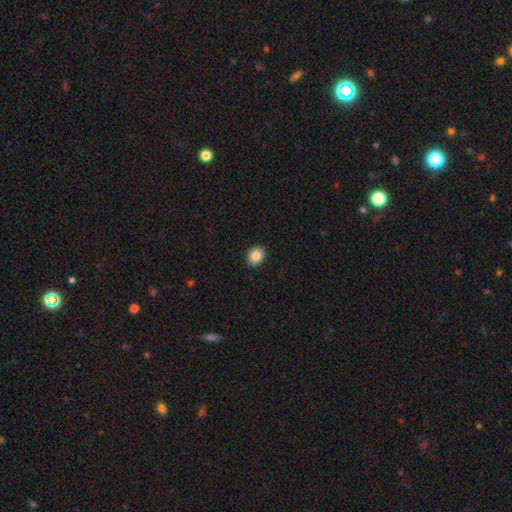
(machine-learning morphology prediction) The model was most divided on "how rounded": in between: 55%, round: 44%, cigar-shaped: 1%. More confident: merging — none (91%); smooth or featured — smooth (87%).